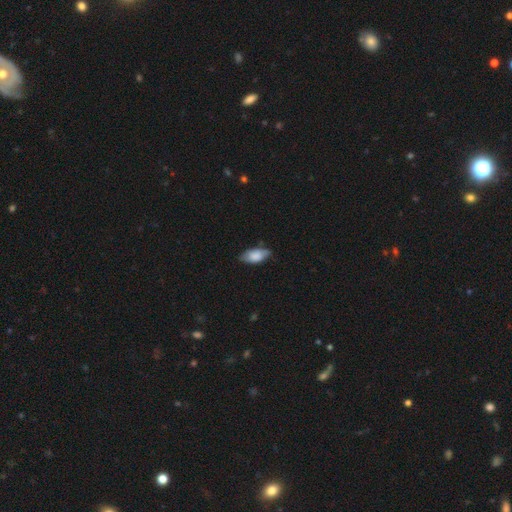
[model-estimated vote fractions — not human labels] The model was most divided on "merging": none: 66%, minor disturbance: 28%, major disturbance: 5%, merger: 2%. More confident: how rounded — in between (90%); smooth or featured — smooth (77%).